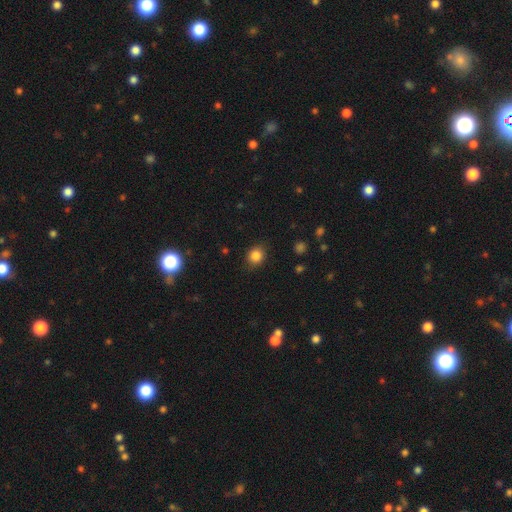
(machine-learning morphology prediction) Smooth or featured? smooth (84%)
How rounded? round (72%)
Merging? none (85%)